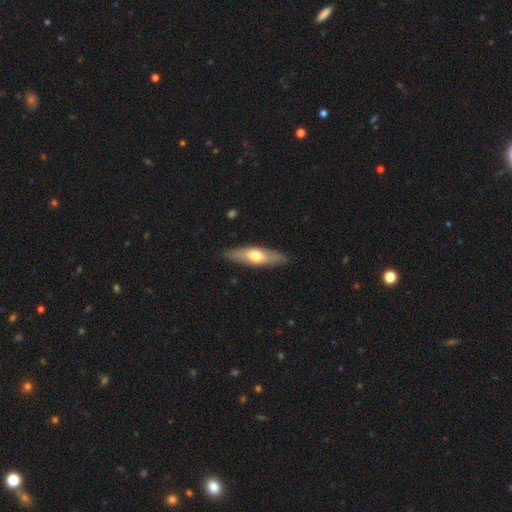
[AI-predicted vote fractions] Smooth or featured? Predicted: smooth (p=0.55). How rounded? Predicted: cigar-shaped (p=0.59). Merging? Predicted: none (p=0.87).